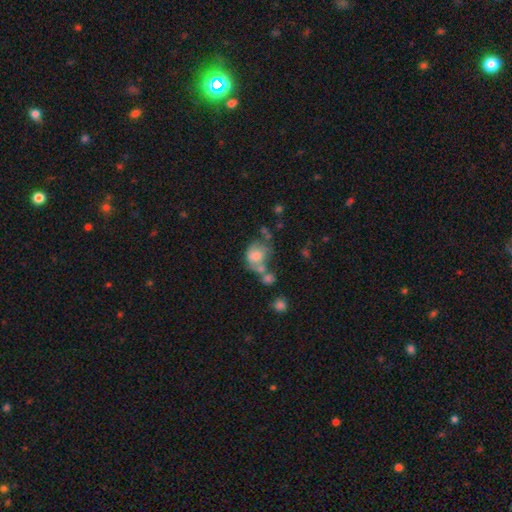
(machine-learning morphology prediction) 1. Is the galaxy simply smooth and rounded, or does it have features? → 67% smooth, 23% featured or disk, 10% star or artifact.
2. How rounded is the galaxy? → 52% round, 47% in between, 1% cigar-shaped.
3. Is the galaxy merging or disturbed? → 36% merger, 27% none, 19% minor disturbance, 18% major disturbance.